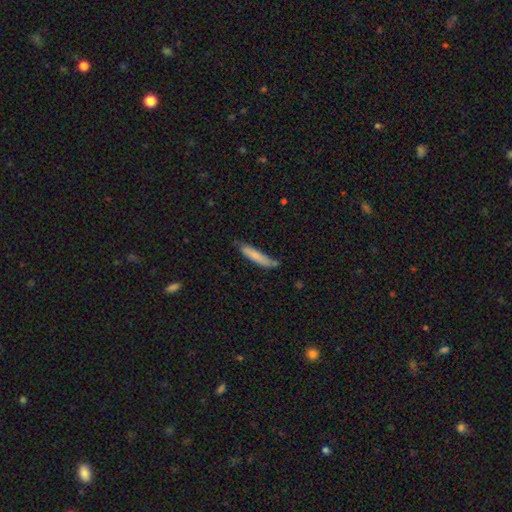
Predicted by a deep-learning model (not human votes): smooth-or-featured: smooth: 76% | featured or disk: 18% | star or artifact: 6%
  how-rounded: cigar-shaped: 88% | in between: 11% | round: 1%
  merging: none: 67% | minor disturbance: 23% | merger: 6% | major disturbance: 4%